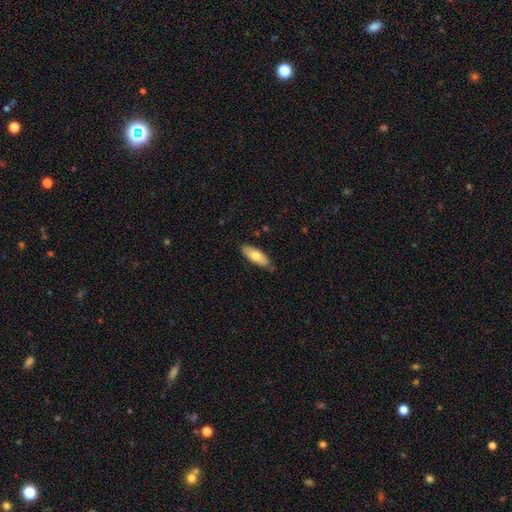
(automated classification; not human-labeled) smooth-or-featured: smooth: 72% | featured or disk: 22% | star or artifact: 6%
  how-rounded: in between: 74% | cigar-shaped: 24% | round: 2%
  merging: none: 79% | minor disturbance: 16% | major disturbance: 2% | merger: 2%